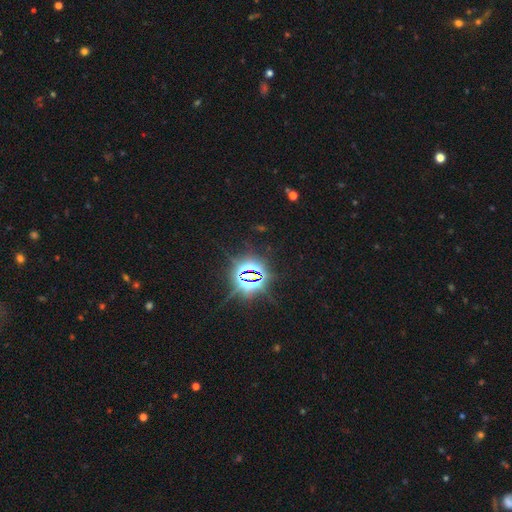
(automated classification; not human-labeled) Smooth or featured? Predicted: star or artifact (p=0.86).